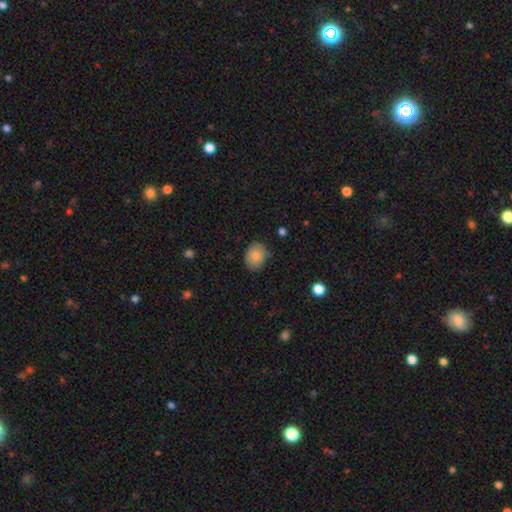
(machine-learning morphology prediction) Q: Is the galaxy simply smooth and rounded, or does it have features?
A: smooth — 80%.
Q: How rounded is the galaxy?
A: in between — 58%.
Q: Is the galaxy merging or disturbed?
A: none — 76%.